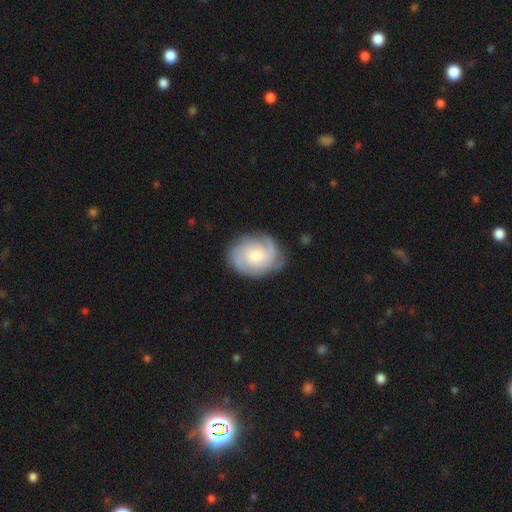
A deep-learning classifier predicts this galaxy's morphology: Smooth or featured? Predicted: featured or disk (p=0.77). Edge-on disk? Predicted: no (p=0.98). Bar? Predicted: no (p=0.71). Spiral arms? Predicted: yes (p=0.95). Spiral winding? Predicted: tight (p=0.56). Spiral arm count? Predicted: 3 (p=0.33). Bulge size? Predicted: moderate (p=0.51). Merging? Predicted: none (p=0.75).